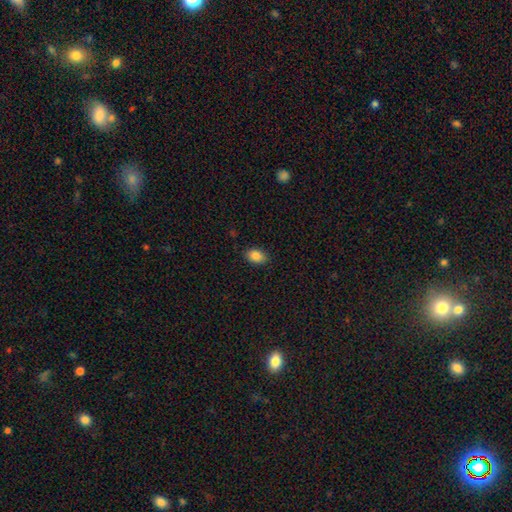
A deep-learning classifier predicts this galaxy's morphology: Smooth or featured? smooth (86%)
How rounded? in between (87%)
Merging? none (87%)